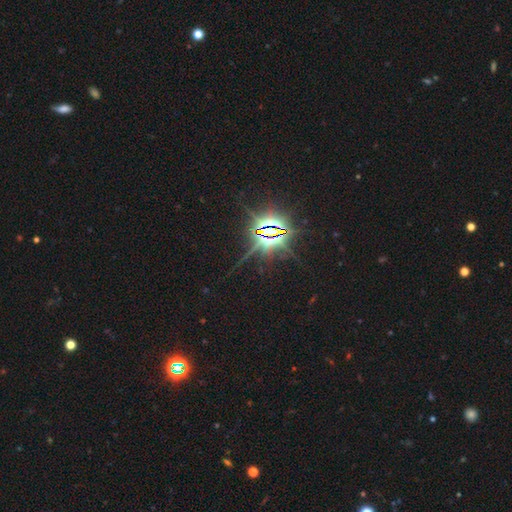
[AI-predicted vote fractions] smooth-or-featured: star or artifact: 86% | smooth: 8% | featured or disk: 6%